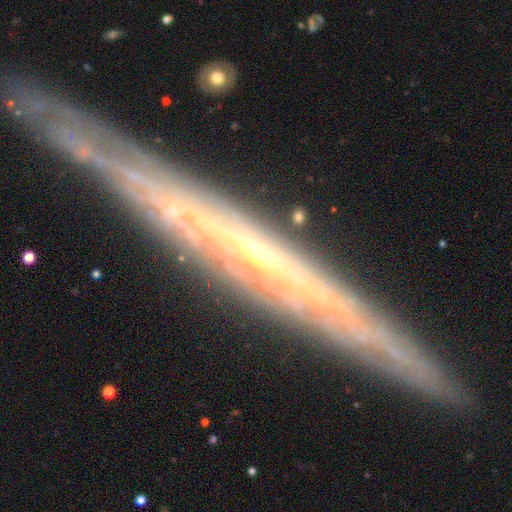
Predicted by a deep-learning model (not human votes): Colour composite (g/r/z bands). It shows a featured or disk galaxy (79%) viewed edge-on (92%) with no central bulge (70%). Merging: none (87%).